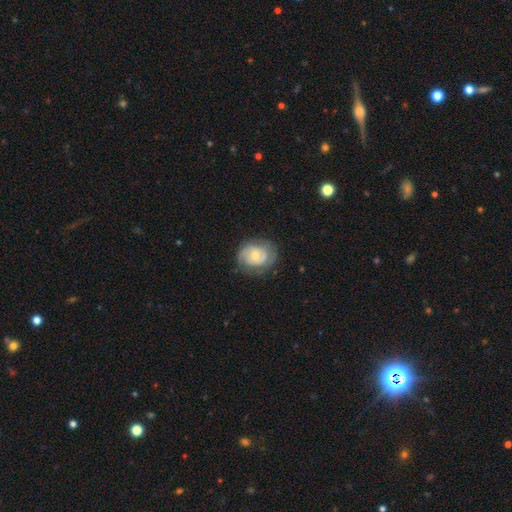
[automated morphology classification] Smooth or featured? Predicted: featured or disk (p=0.65). Edge-on disk? Predicted: no (p=0.97). Bar? Predicted: no (p=0.65). Spiral arms? Predicted: yes (p=0.84). Spiral winding? Predicted: tight (p=0.53). Spiral arm count? Predicted: 2 (p=0.58). Bulge size? Predicted: small (p=0.52). Merging? Predicted: none (p=0.71).